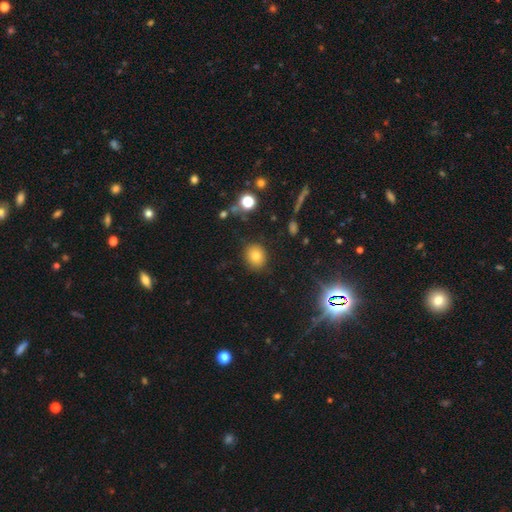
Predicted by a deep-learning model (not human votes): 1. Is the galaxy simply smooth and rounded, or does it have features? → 77% smooth, 14% star or artifact, 9% featured or disk.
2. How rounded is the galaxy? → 74% round, 25% in between, 1% cigar-shaped.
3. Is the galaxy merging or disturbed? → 86% none, 9% minor disturbance, 3% major disturbance, 2% merger.